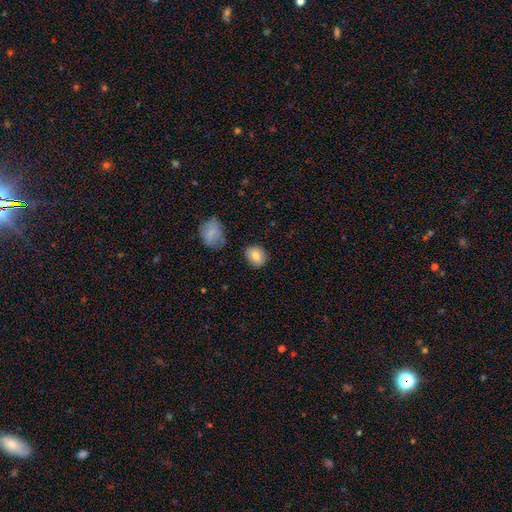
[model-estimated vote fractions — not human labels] Smooth or featured?
  - smooth: 78% *
  - featured or disk: 14%
  - star or artifact: 8%
How rounded?
  - round: 49% * (tied)
  - in between: 49% * (tied)
  - cigar-shaped: 1%
Merging?
  - none: 81% *
  - minor disturbance: 13%
  - major disturbance: 3%
  - merger: 3%